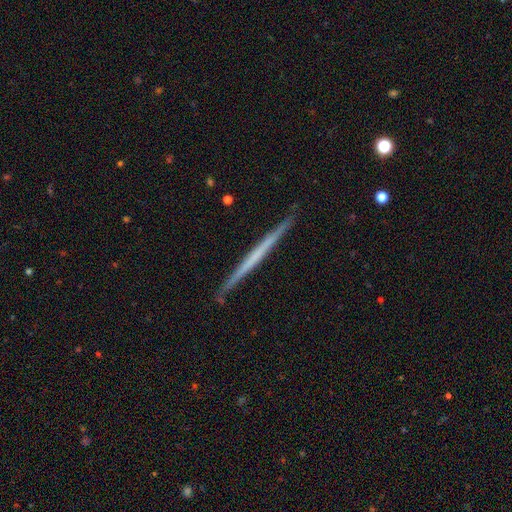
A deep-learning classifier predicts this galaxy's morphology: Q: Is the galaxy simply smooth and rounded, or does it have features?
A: featured or disk — 58%.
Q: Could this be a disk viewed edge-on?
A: yes — 98%.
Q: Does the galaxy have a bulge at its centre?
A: none — 92%.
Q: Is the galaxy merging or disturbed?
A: none — 92%.